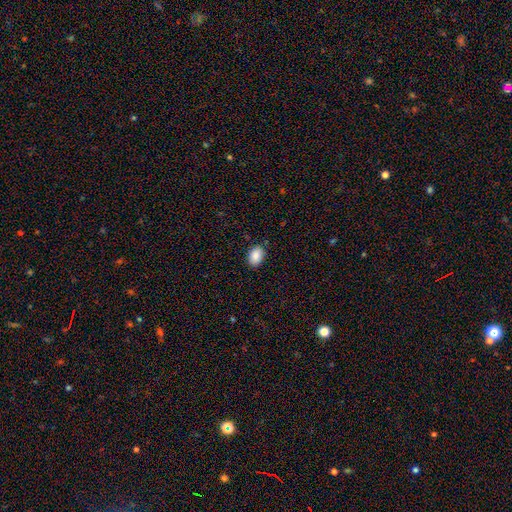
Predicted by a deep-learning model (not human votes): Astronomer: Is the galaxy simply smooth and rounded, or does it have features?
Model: smooth — 89%.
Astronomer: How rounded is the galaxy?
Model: in between — 83%.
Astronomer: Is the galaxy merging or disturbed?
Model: none — 87%.